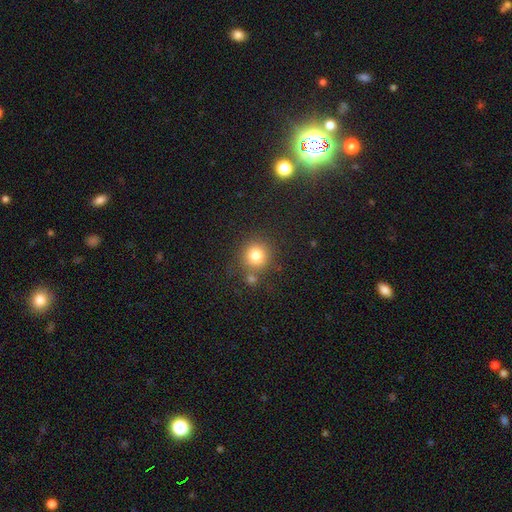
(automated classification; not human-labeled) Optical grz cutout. It shows a smooth galaxy with no disk features (81%) that is round (92%). Merging: none (74%).